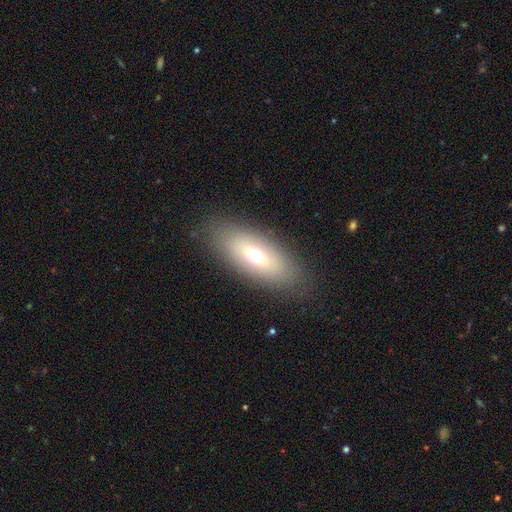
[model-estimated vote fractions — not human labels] smooth 59%, featured or disk 32%, star or artifact 10%. Down the decision tree: how rounded — in between (79%); merging — none (85%).